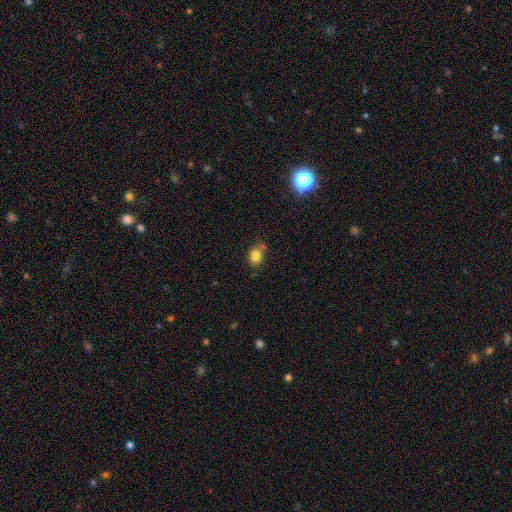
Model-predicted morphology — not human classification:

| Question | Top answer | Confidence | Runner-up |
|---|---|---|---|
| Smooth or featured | smooth | 81% | star or artifact (11%) |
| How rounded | in between | 54% | round (45%) |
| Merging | none | 64% | minor disturbance (20%) |